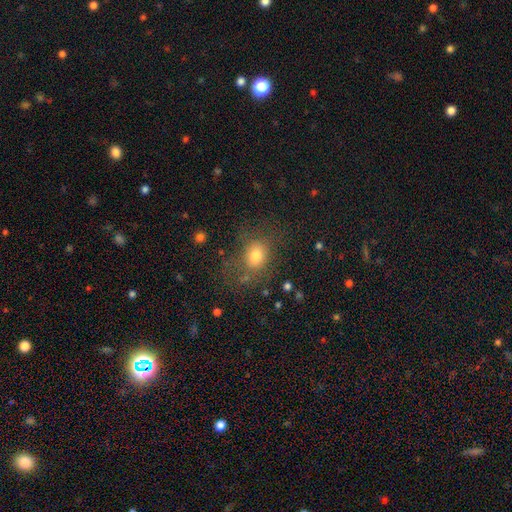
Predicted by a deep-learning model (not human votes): This appears to be a smooth galaxy with no disk features (75%) that is round (50%). Merging: none (64%).